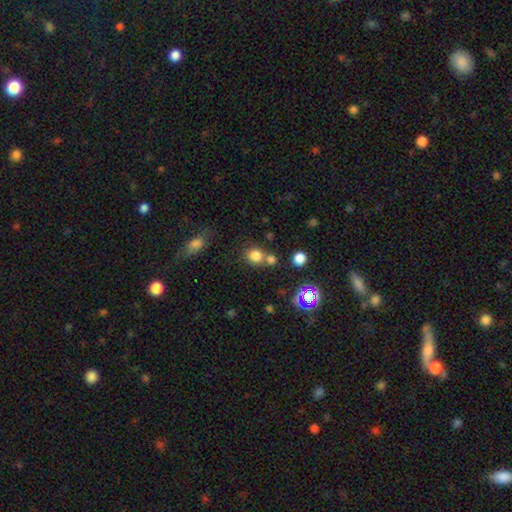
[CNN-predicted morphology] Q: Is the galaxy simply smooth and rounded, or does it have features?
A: smooth — 79%.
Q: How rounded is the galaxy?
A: round — 84%.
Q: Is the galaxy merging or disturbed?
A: none — 59%.